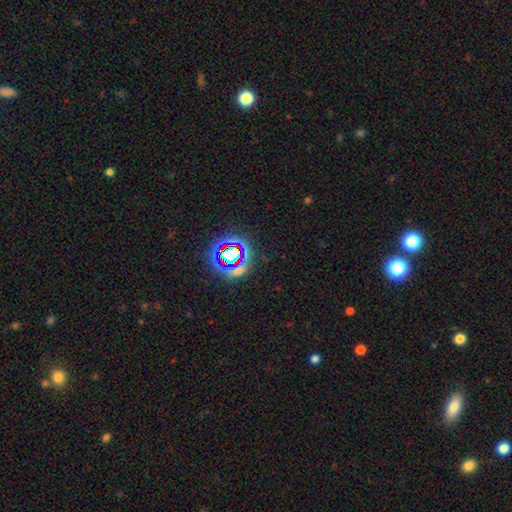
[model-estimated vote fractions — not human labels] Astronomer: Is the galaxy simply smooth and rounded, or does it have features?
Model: star or artifact — 73%.